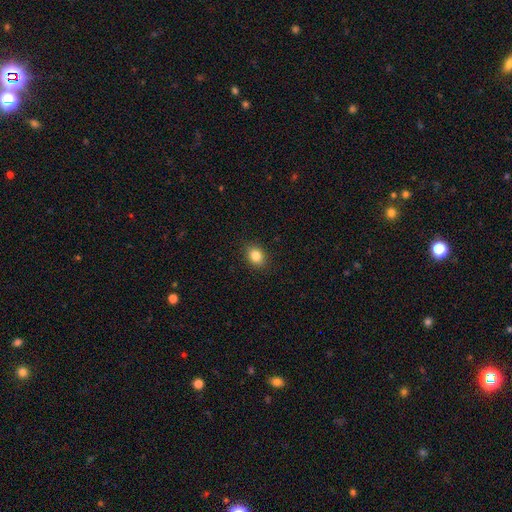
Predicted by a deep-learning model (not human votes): Q: Smooth or featured?
A: smooth (84%); runner-up: star or artifact (10%)
Q: How rounded?
A: in between (51%); runner-up: round (48%)
Q: Merging?
A: none (89%); runner-up: minor disturbance (8%)